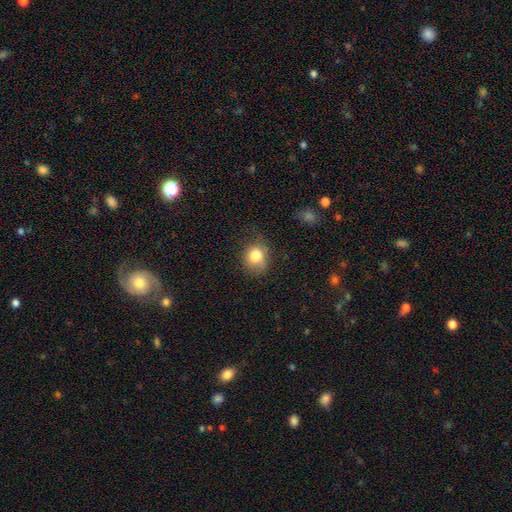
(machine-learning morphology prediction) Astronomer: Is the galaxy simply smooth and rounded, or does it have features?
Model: smooth — 81%.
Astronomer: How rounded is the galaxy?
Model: round — 60% (runner-up: in between, 39%).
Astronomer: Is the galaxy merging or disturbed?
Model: none — 59%.